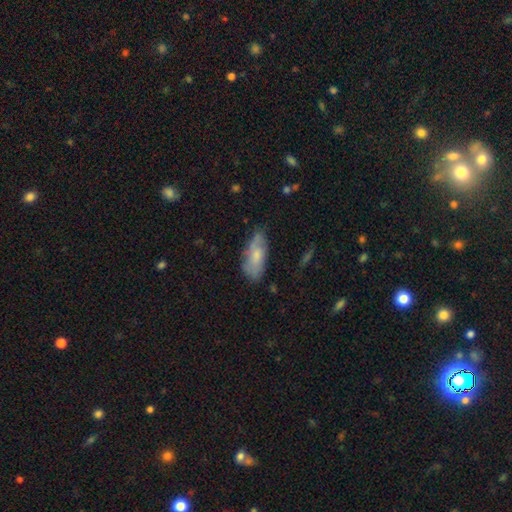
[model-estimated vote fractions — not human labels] A smooth galaxy with no disk features (64%) that is in between round and cigar-shaped (80%). Merging: none (65%).